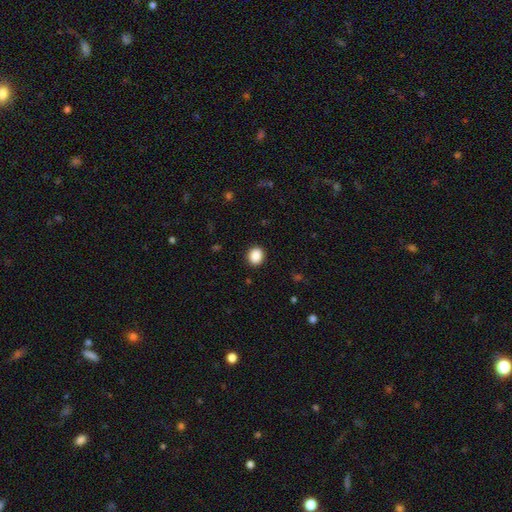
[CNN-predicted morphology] Smooth or featured? Predicted: smooth (p=0.89). How rounded? Predicted: round (p=0.75). Merging? Predicted: none (p=0.90).